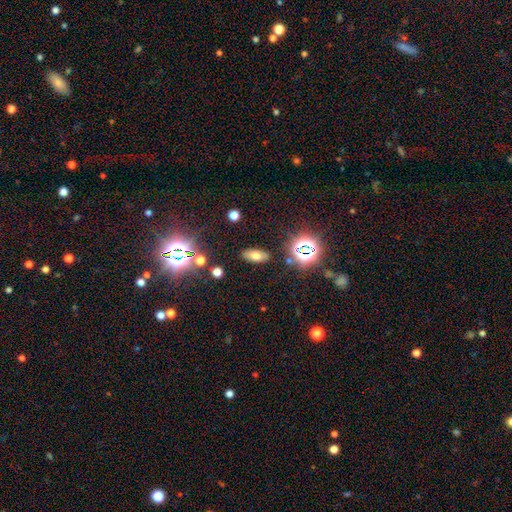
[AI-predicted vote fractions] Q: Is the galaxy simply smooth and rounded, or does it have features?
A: smooth — 62%.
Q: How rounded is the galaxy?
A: in between — 80%.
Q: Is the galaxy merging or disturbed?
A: none — 86%.